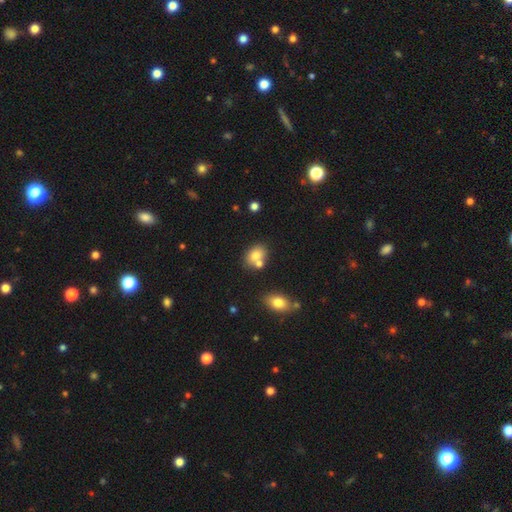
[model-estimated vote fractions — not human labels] Smooth or featured? smooth (77%)
How rounded? in between (62%)
Merging? none (54%)